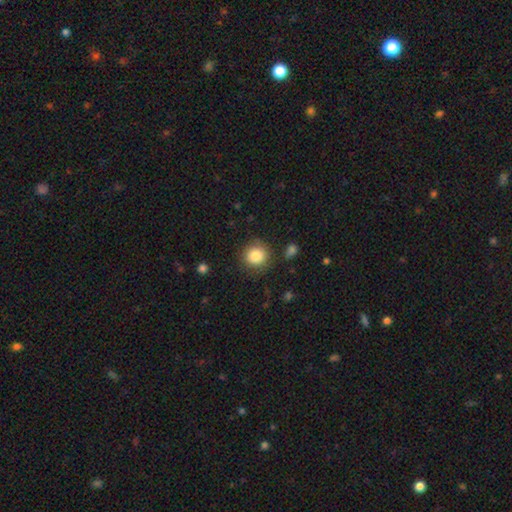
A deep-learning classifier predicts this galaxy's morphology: Q: Smooth or featured?
A: smooth (85%); runner-up: star or artifact (9%)
Q: How rounded?
A: round (91%); runner-up: in between (8%)
Q: Merging?
A: none (83%); runner-up: minor disturbance (11%)